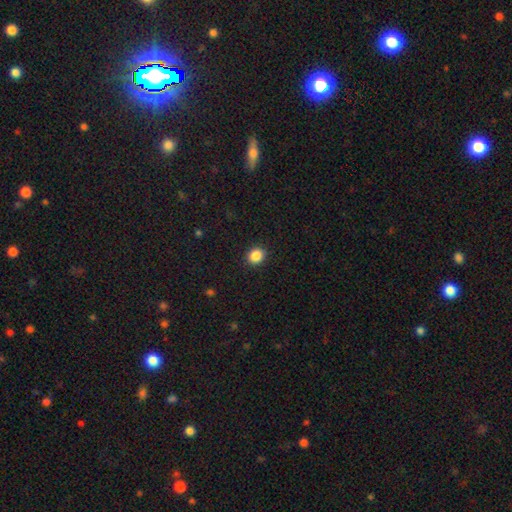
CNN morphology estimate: This appears to be a smooth galaxy with no disk features (87%) that is round (74%). Merging: none (91%).